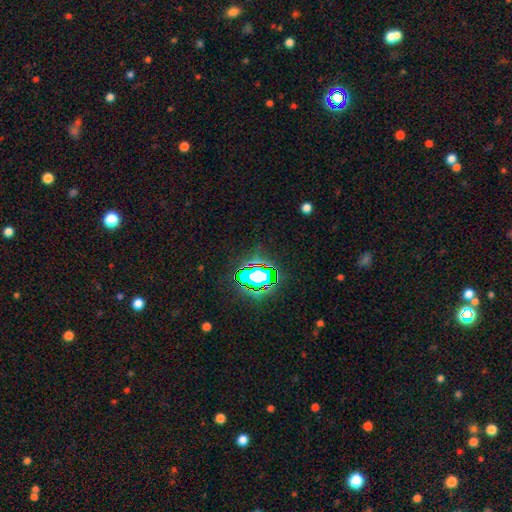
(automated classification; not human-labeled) A star or artifact, not a galaxy (79%).

Vote fractions:
- Smooth or featured? star or artifact: 79% / smooth: 13% / featured or disk: 8%